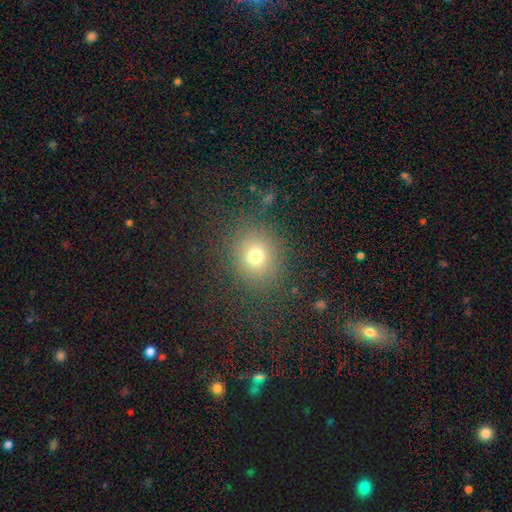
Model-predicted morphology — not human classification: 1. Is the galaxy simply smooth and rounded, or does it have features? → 73% smooth, 17% star or artifact, 10% featured or disk.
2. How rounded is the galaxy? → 78% round, 21% in between, 1% cigar-shaped.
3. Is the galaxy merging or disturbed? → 84% none, 9% minor disturbance, 5% major disturbance, 1% merger.